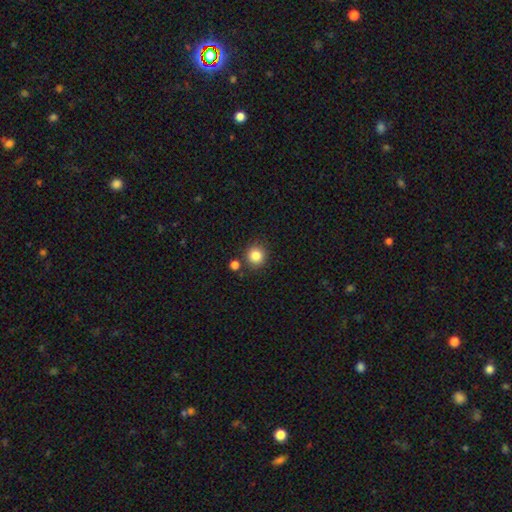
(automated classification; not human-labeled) Smooth or featured: smooth — 84% (star or artifact — 11%)
How rounded: round — 90% (in between — 9%)
Merging: none — 81% (minor disturbance — 9%)